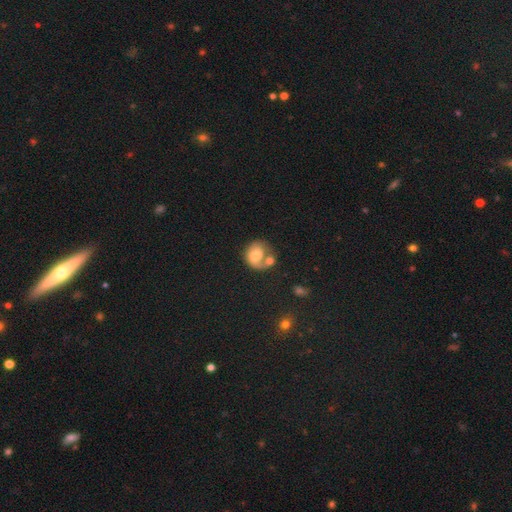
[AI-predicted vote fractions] A smooth galaxy with no disk features (47%). Merging: merger (43%).